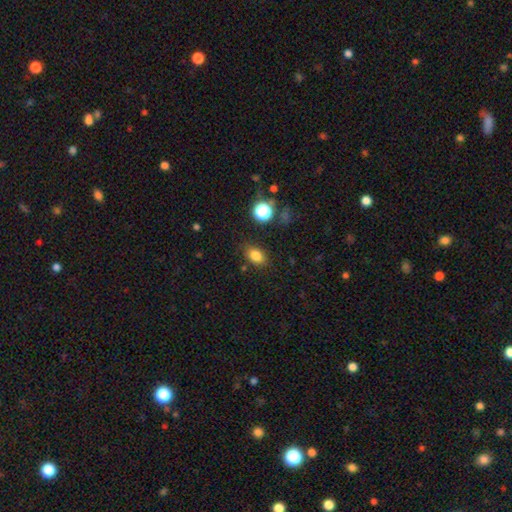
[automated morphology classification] A smooth galaxy with no disk features (81%) that is in between round and cigar-shaped (79%). Merging: none (83%).